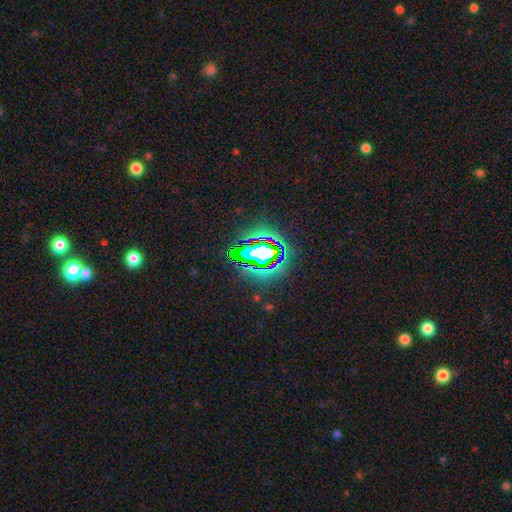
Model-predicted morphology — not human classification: star or artifact 64%, smooth 19%, featured or disk 17%.